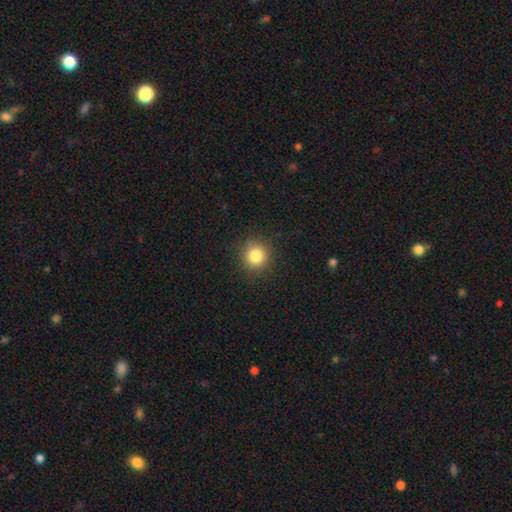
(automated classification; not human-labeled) The model was most divided on "smooth or featured": smooth: 83%, star or artifact: 12%, featured or disk: 5%. More confident: how rounded — round (92%); merging — none (90%).